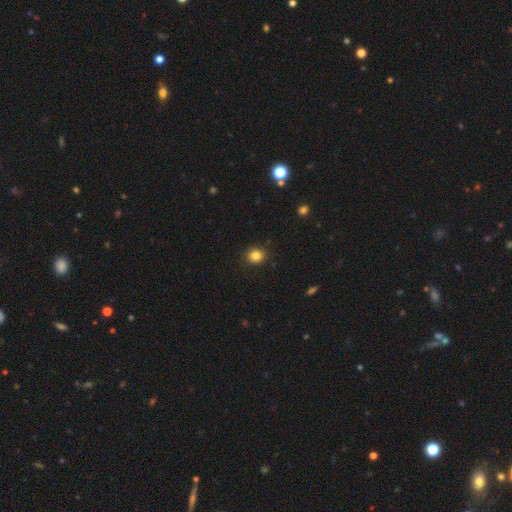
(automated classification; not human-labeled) A smooth galaxy with no disk features (84%) that is round (75%). Merging: none (88%).